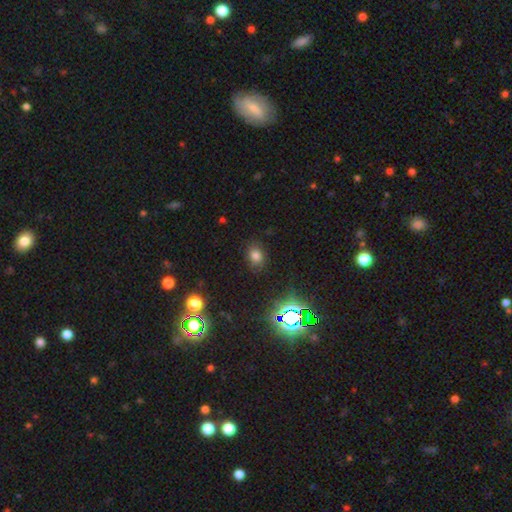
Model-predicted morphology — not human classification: smooth_or_featured: smooth (p=0.71) [alt: star or artifact p=0.22]
how_rounded: in between (p=0.54) [alt: round p=0.45]
merging: none (p=0.82) [alt: minor disturbance p=0.12]